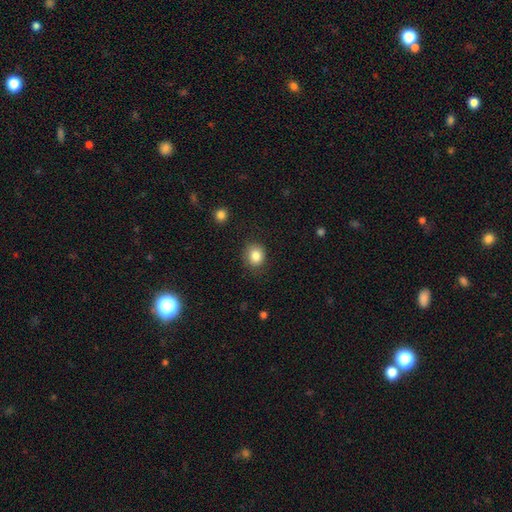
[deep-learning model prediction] smooth 84%, star or artifact 10%, featured or disk 6%. Down the decision tree: how rounded — round (73%); merging — none (82%).